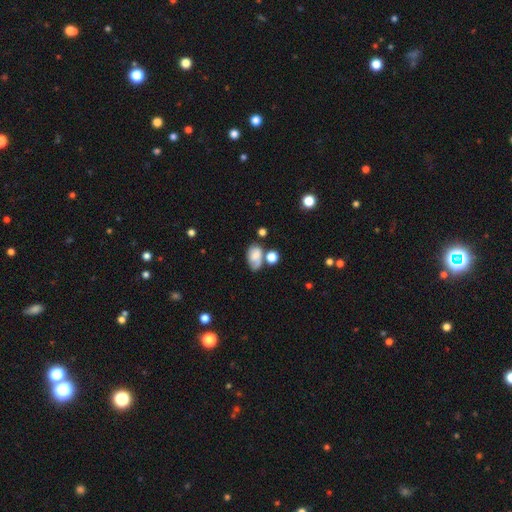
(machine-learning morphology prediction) type=smooth (70%); roundness=in between (85%); merging=none (40%).